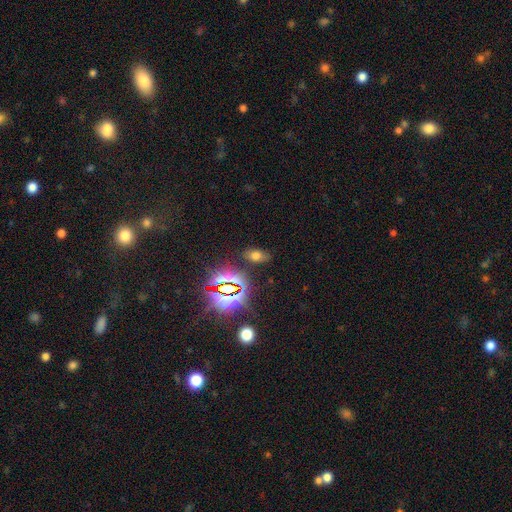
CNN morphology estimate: type=smooth (56%); roundness=in between (87%); merging=none (80%).